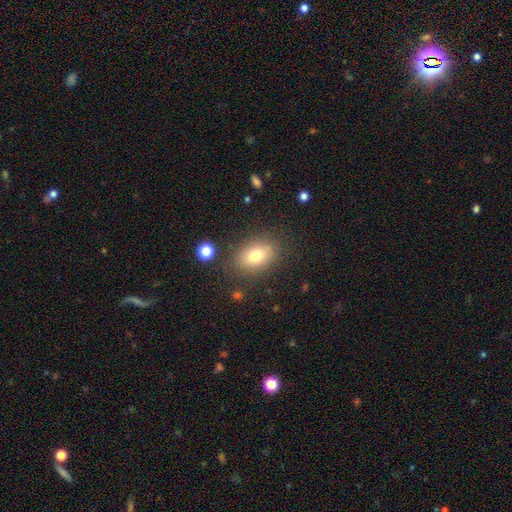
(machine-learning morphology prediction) A smooth galaxy with no disk features (76%) that is in between round and cigar-shaped (77%).

Vote fractions:
- Smooth or featured? smooth: 76% / featured or disk: 13% / star or artifact: 11%
- How rounded? in between: 77% / round: 22% / cigar-shaped: 1%
- Merging? none: 81% / minor disturbance: 12% / major disturbance: 4% / merger: 2%